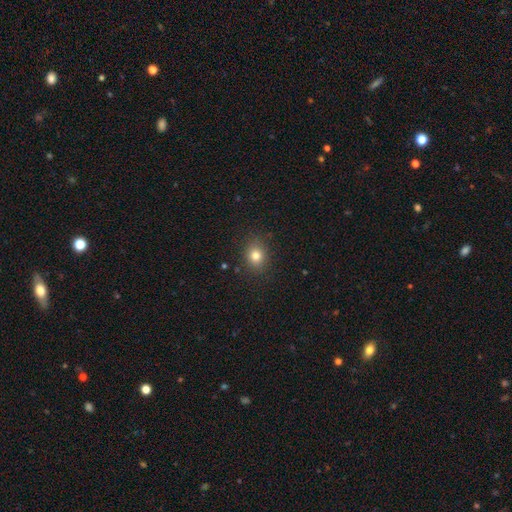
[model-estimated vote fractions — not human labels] Morphology: type=smooth (80%); roundness=round (59%); merging=none (87%).